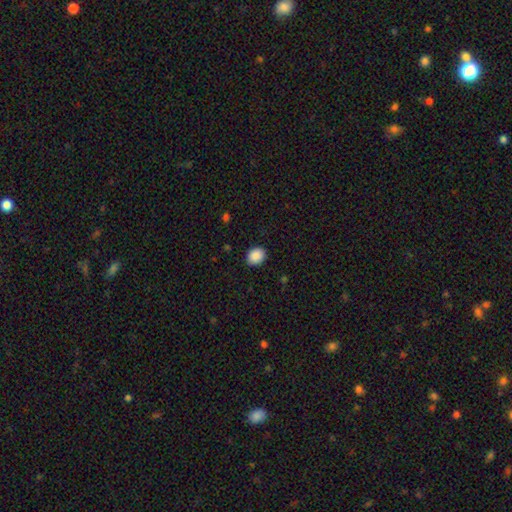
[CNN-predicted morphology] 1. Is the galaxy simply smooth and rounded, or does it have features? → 90% smooth, 8% star or artifact, 2% featured or disk.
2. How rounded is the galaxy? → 54% round, 45% in between, 1% cigar-shaped.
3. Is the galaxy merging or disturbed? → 89% none, 7% minor disturbance, 2% major disturbance, 1% merger.